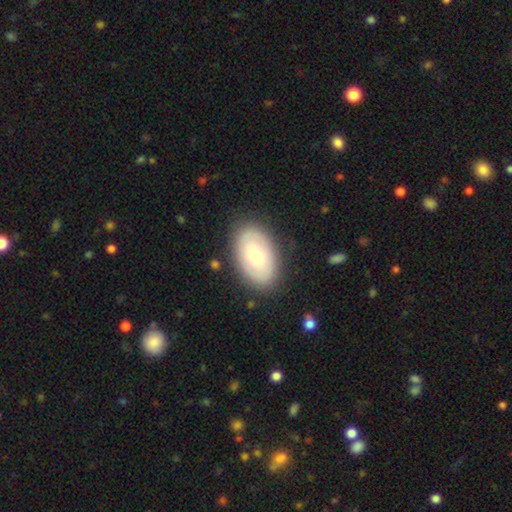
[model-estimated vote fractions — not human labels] A smooth galaxy with no disk features (56%) that is in between round and cigar-shaped (89%).

Vote fractions:
- Smooth or featured? smooth: 56% / featured or disk: 38% / star or artifact: 6%
- How rounded? in between: 89% / round: 9% / cigar-shaped: 1%
- Merging? none: 84% / minor disturbance: 11% / major disturbance: 3% / merger: 1%